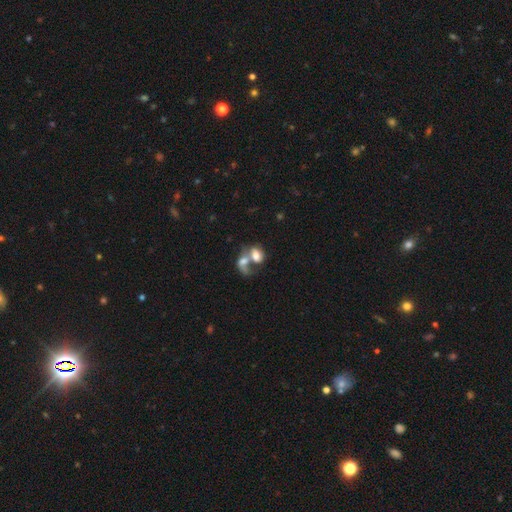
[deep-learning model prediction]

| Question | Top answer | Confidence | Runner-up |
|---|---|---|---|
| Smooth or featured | smooth | 59% | featured or disk (31%) |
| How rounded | in between | 71% | round (27%) |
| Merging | merger | 74% | none (10%) |